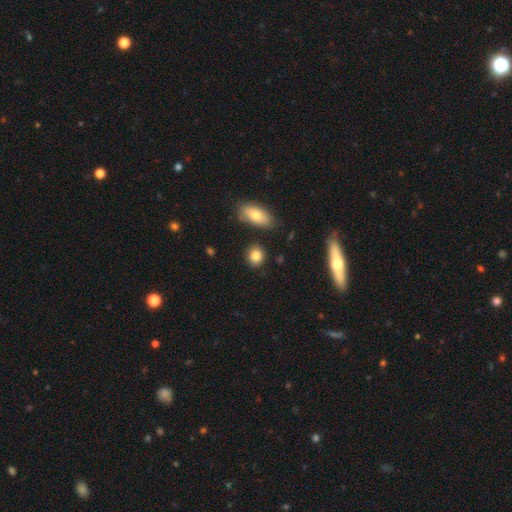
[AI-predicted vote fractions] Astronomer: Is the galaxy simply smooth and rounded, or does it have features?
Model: smooth — 84%.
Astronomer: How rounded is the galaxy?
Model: round — 72%.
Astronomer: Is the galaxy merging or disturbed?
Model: none — 86%.